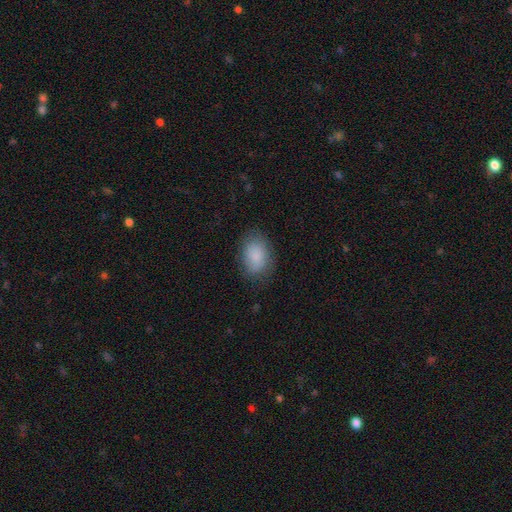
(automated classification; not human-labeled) Smooth or featured?
  - smooth: 86% *
  - featured or disk: 7%
  - star or artifact: 7%
How rounded?
  - in between: 78% *
  - round: 21%
  - cigar-shaped: 1%
Merging?
  - none: 78% *
  - minor disturbance: 16%
  - major disturbance: 5%
  - merger: 1%